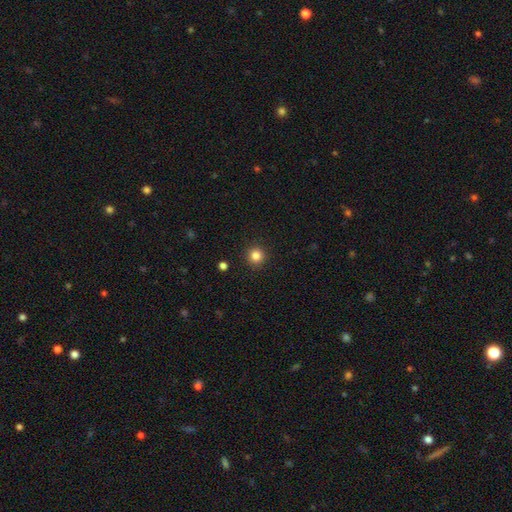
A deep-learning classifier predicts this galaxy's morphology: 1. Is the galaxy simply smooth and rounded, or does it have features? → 84% smooth, 12% star or artifact, 5% featured or disk.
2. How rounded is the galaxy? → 95% round, 4% in between, 1% cigar-shaped.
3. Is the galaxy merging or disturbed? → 93% none, 5% minor disturbance, 2% major disturbance, 1% merger.